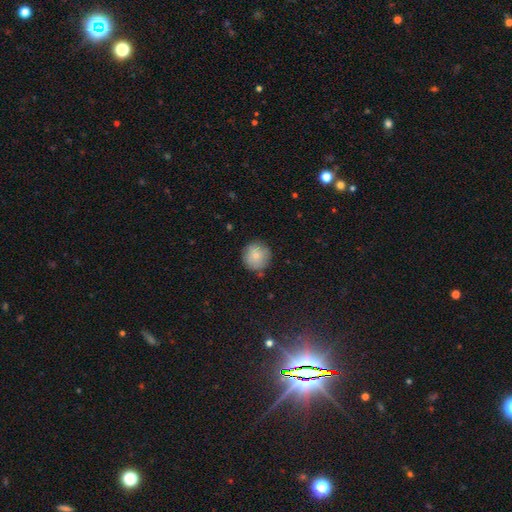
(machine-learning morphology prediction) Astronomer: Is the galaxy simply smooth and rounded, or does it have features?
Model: smooth — 79%.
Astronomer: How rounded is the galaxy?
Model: round — 94%.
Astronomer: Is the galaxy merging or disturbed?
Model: none — 84%.